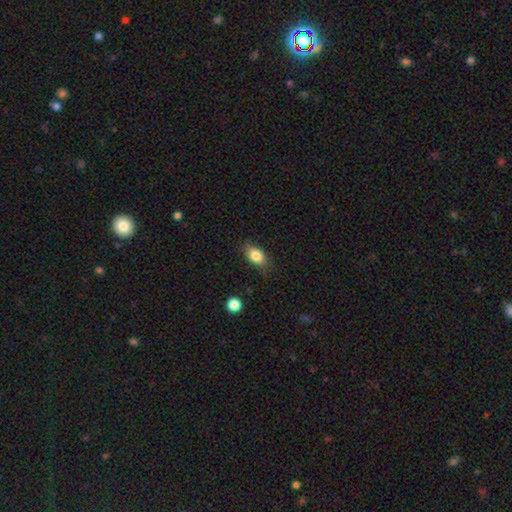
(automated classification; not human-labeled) A smooth galaxy with no disk features (84%) that is in between round and cigar-shaped (86%). Merging: none (79%).